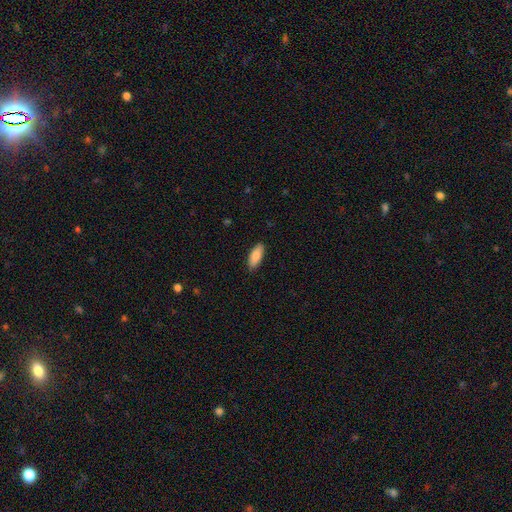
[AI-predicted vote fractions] This is clearly a smooth galaxy (87%). How rounded: likely in between (77%). Merging: clearly none (89%).